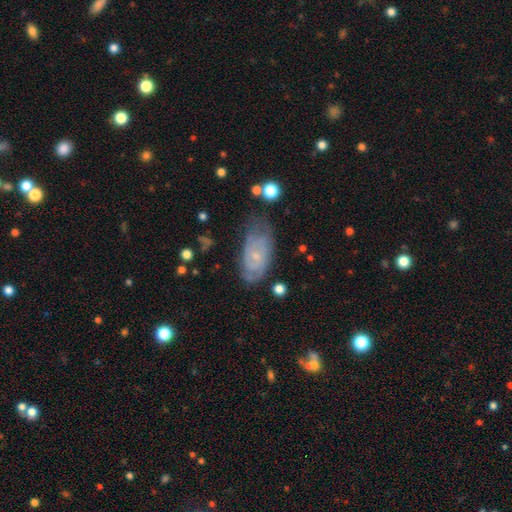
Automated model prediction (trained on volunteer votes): This is likely a featured or disk galaxy (66%). It is clearly not viewed edge-on (94%). Bar: likely no (73%). Spiral arm pattern: clearly yes (83%). Spiral arm count: possibly can't tell (48%). Spiral winding: likely tight (61%). Central bulge: likely small (76%). Merging: possibly none (56%).